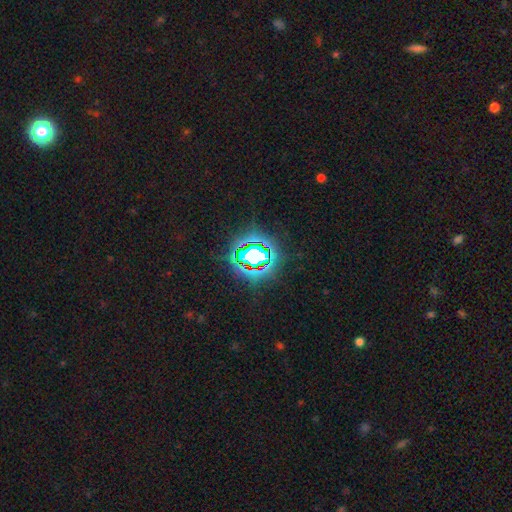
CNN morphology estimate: smooth-or-featured: star or artifact: 68% | smooth: 19% | featured or disk: 13%